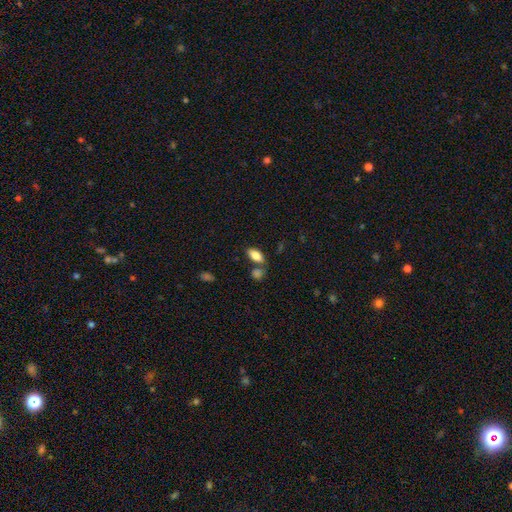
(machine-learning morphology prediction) smooth 82%, featured or disk 10%, star or artifact 8%. Down the decision tree: how rounded — in between (90%); merging — none (68%).